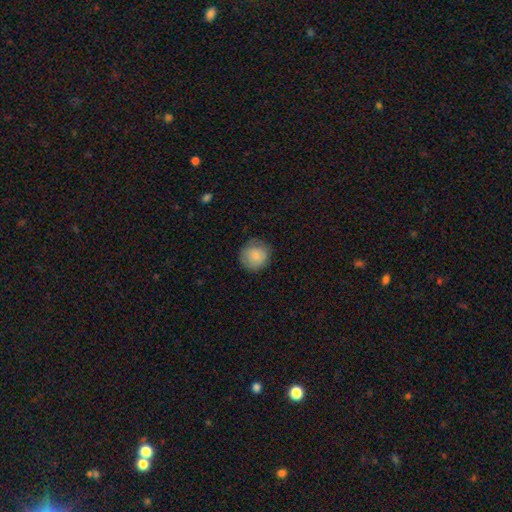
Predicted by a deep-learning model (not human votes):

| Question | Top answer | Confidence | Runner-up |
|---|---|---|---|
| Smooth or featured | smooth | 86% | featured or disk (7%) |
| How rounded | round | 91% | in between (8%) |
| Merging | none | 81% | minor disturbance (14%) |